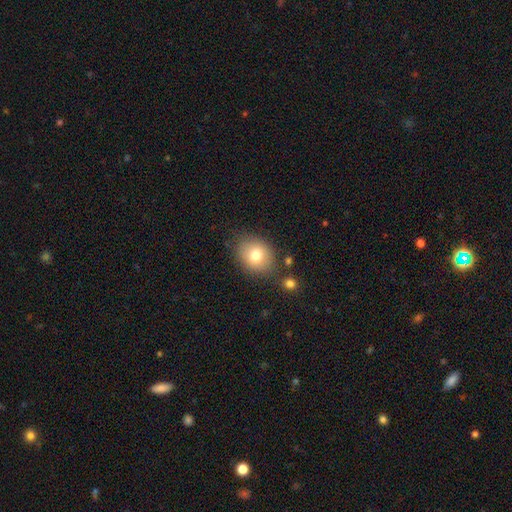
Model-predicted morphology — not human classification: smooth_or_featured: smooth (p=0.77) [alt: featured or disk p=0.13]
how_rounded: round (p=0.53) [alt: in between p=0.46]
merging: none (p=0.78) [alt: minor disturbance p=0.13]